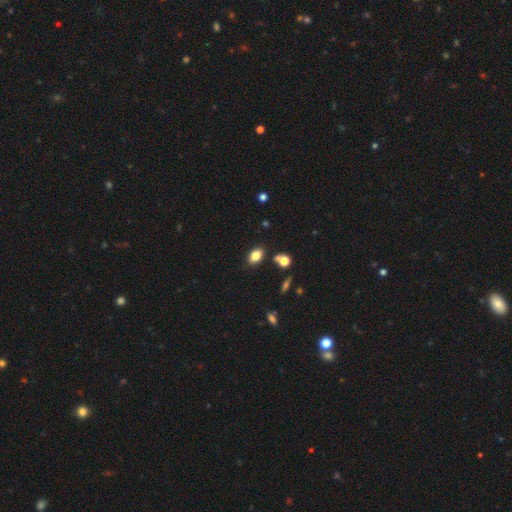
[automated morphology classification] Smooth or featured? Predicted: smooth (p=0.81). How rounded? Predicted: in between (p=0.84). Merging? Predicted: none (p=0.79).